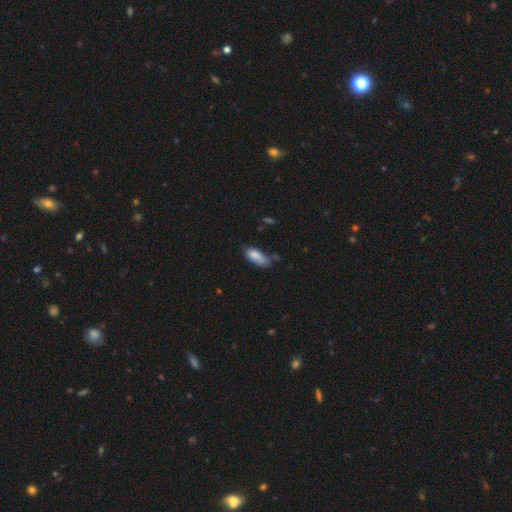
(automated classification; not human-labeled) smooth-or-featured: smooth: 84% | featured or disk: 8% | star or artifact: 8%
  how-rounded: in between: 82% | cigar-shaped: 15% | round: 2%
  merging: none: 50% | minor disturbance: 33% | major disturbance: 10% | merger: 7%